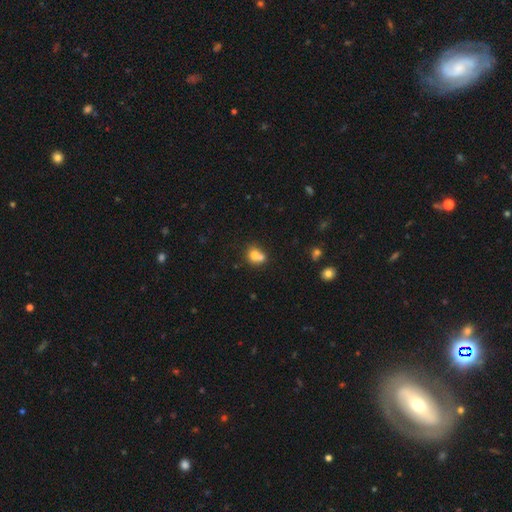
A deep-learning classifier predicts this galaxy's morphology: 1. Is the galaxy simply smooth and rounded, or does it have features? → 72% smooth, 16% featured or disk, 11% star or artifact.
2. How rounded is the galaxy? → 67% round, 32% in between, 1% cigar-shaped.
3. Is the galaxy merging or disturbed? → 57% merger, 31% none, 9% minor disturbance, 4% major disturbance.